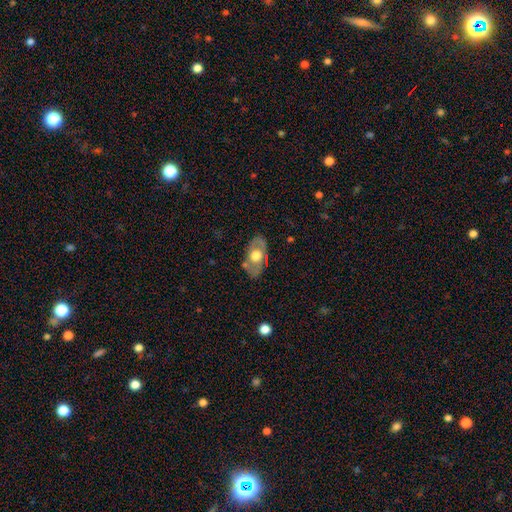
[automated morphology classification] Smooth or featured?
  - featured or disk: 51% *
  - smooth: 44%
  - star or artifact: 6%
Edge-on disk?
  - no: 84% *
  - yes: 16%
Merging?
  - none: 76% *
  - minor disturbance: 16%
  - major disturbance: 5%
  - merger: 3%